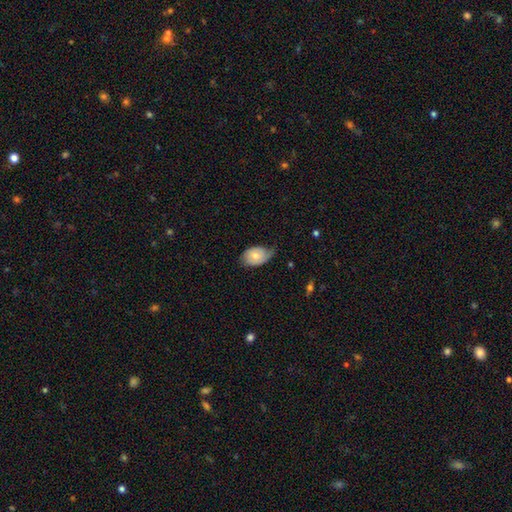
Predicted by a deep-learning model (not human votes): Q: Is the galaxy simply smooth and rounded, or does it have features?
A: smooth — 60%.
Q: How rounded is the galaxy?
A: in between — 81%.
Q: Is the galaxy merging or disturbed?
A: minor disturbance — 43%.